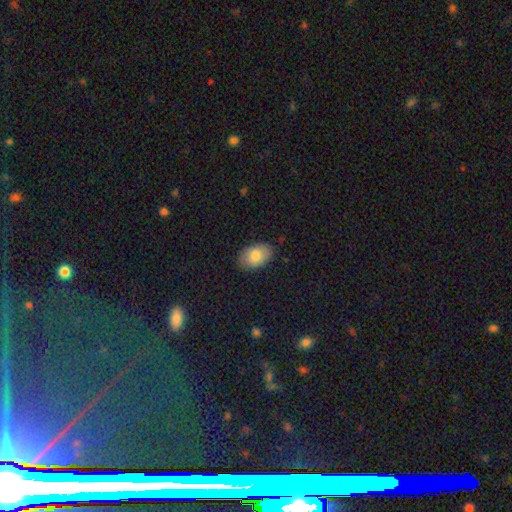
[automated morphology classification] smooth 82%, featured or disk 11%, star or artifact 7%. Down the decision tree: how rounded — in between (90%); merging — none (85%).